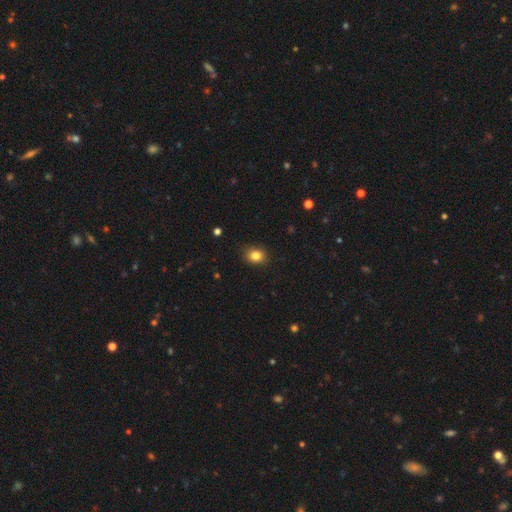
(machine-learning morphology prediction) Overall: smooth (84%). How rounded: round (52%; in between 47%). Merging: none (86%).